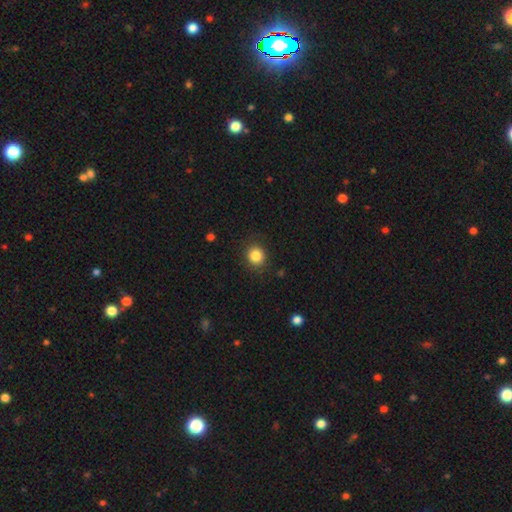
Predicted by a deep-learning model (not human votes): Smooth or featured?
  - smooth: 85% *
  - star or artifact: 10%
  - featured or disk: 5%
How rounded?
  - round: 84% *
  - in between: 15%
  - cigar-shaped: 1%
Merging?
  - none: 88% *
  - minor disturbance: 8%
  - major disturbance: 3%
  - merger: 1%